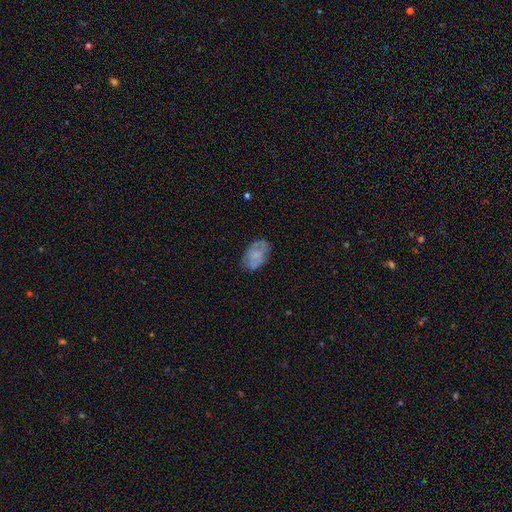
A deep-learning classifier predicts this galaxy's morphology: Overall: smooth (56%; featured or disk 35%). How rounded: in between (90%). Merging: none (65%).